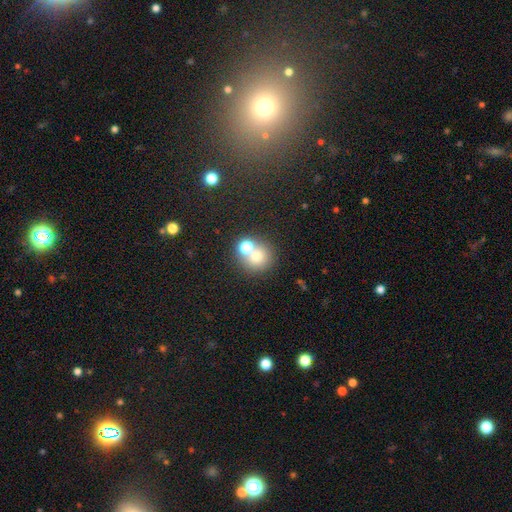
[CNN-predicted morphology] Q: Smooth or featured?
A: smooth (71%); runner-up: featured or disk (14%)
Q: How rounded?
A: round (87%); runner-up: in between (13%)
Q: Merging?
A: none (48%); runner-up: merger (41%)